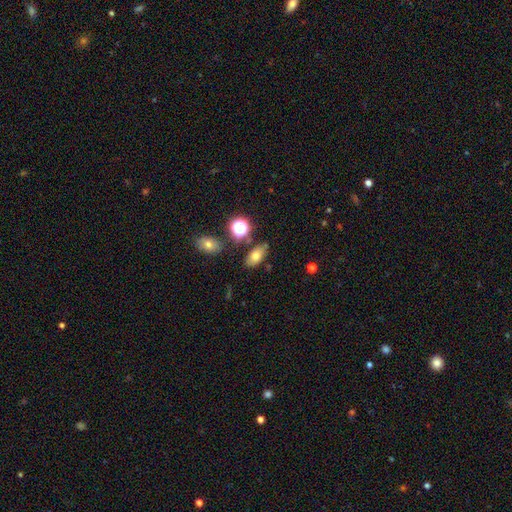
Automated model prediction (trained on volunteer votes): The model was most divided on "smooth or featured": smooth: 70%, featured or disk: 16%, star or artifact: 14%. More confident: how rounded — in between (87%); merging — none (77%).